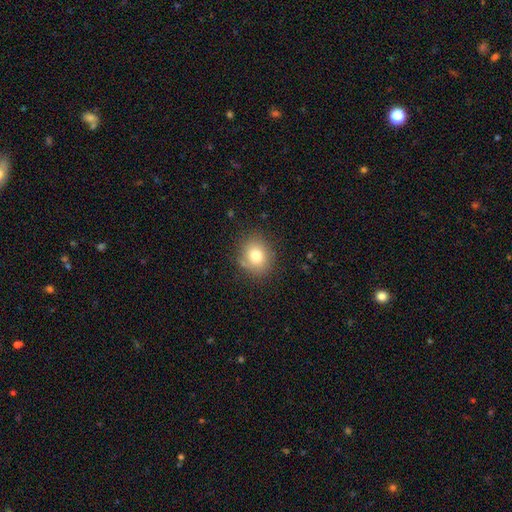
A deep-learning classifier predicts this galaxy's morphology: smooth_or_featured: smooth (p=0.78) [alt: featured or disk p=0.11]
how_rounded: round (p=0.66) [alt: in between p=0.33]
merging: none (p=0.78) [alt: minor disturbance p=0.15]